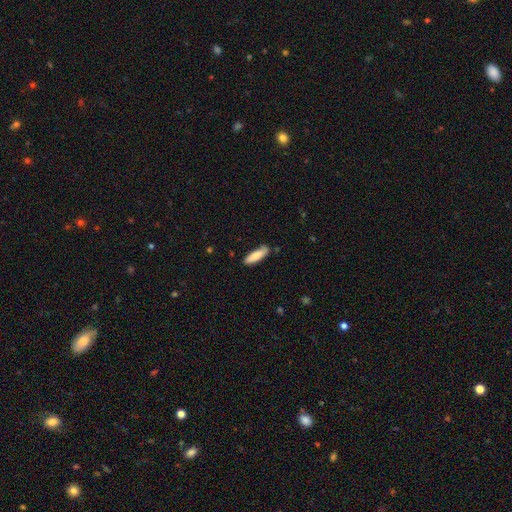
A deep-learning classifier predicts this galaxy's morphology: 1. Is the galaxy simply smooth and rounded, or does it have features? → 80% smooth, 14% featured or disk, 6% star or artifact.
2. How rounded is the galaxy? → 64% cigar-shaped, 34% in between, 2% round.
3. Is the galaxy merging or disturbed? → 82% none, 14% minor disturbance, 2% major disturbance, 2% merger.